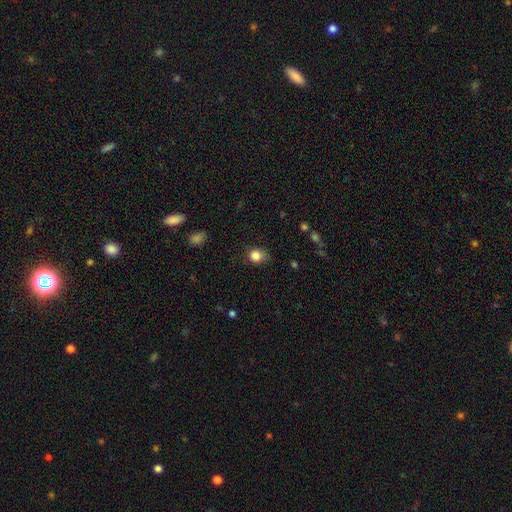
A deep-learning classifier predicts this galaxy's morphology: type=smooth (84%); roundness=round (71%); merging=none (69%).